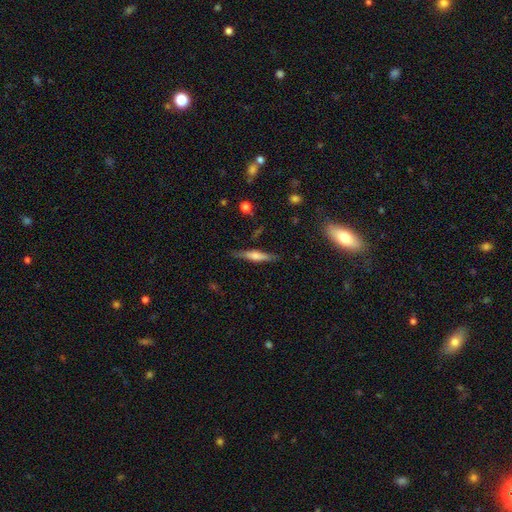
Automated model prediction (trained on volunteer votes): Smooth or featured?
  - featured or disk: 52% *
  - smooth: 41%
  - star or artifact: 7%
Edge-on disk?
  - yes: 95% *
  - no: 5%
Merging?
  - none: 82% *
  - minor disturbance: 13%
  - major disturbance: 3%
  - merger: 2%